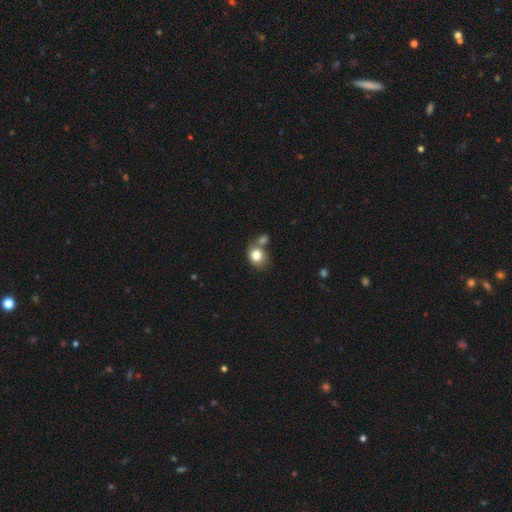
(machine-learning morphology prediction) Smooth or featured? smooth (74%)
How rounded? round (68%)
Merging? none (59%)